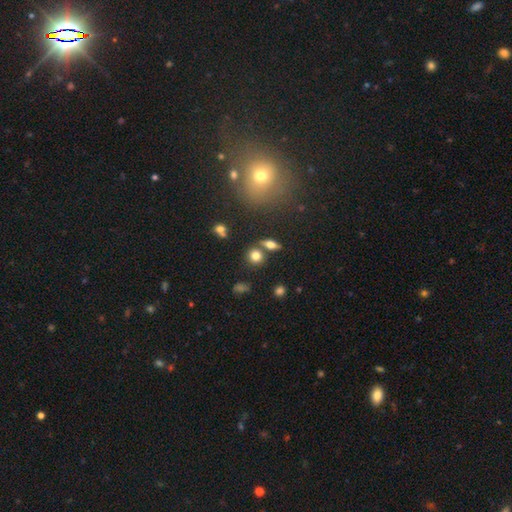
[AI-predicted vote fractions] smooth_or_featured: smooth (p=0.75) [alt: star or artifact p=0.13]
how_rounded: round (p=0.76) [alt: in between p=0.21]
merging: none (p=0.69) [alt: merger p=0.17]